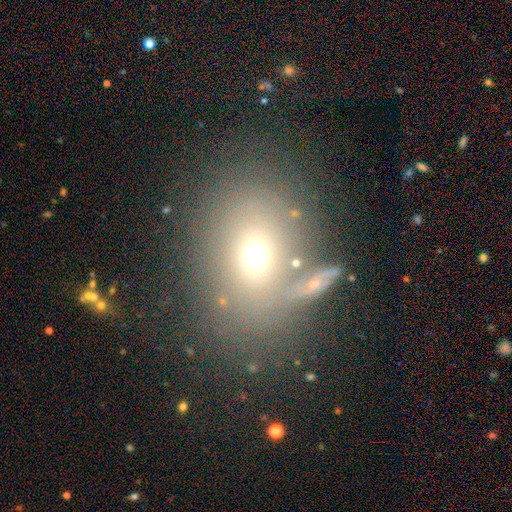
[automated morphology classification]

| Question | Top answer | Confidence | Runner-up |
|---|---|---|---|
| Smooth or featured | smooth | 64% | star or artifact (19%) |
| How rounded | in between | 55% | round (44%) |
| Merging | none | 63% | merger (16%) |